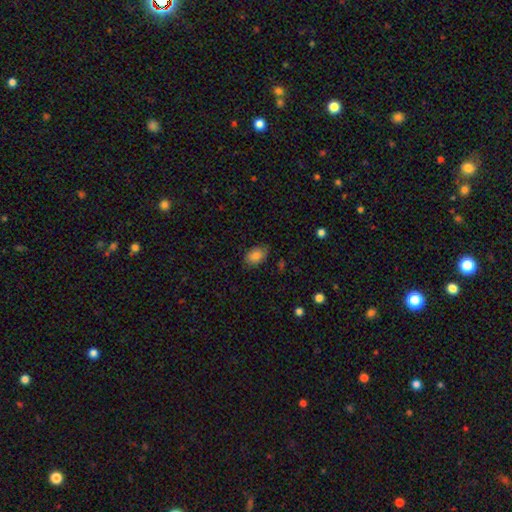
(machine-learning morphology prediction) smooth_or_featured: smooth (p=0.84) [alt: featured or disk p=0.08]
how_rounded: in between (p=0.84) [alt: round p=0.15]
merging: none (p=0.78) [alt: minor disturbance p=0.17]